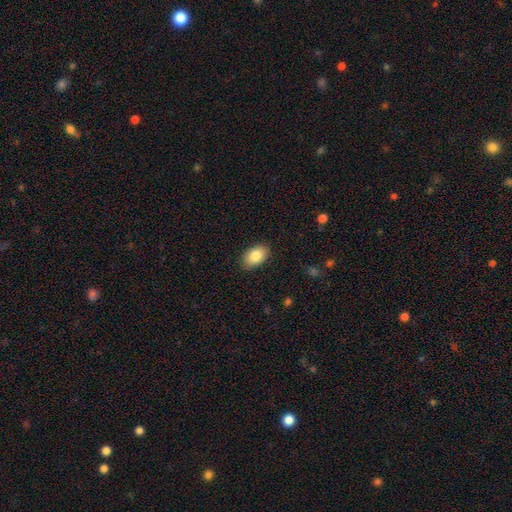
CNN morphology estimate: This appears to be a smooth galaxy with no disk features (85%) that is in between round and cigar-shaped (91%). Merging: none (88%).